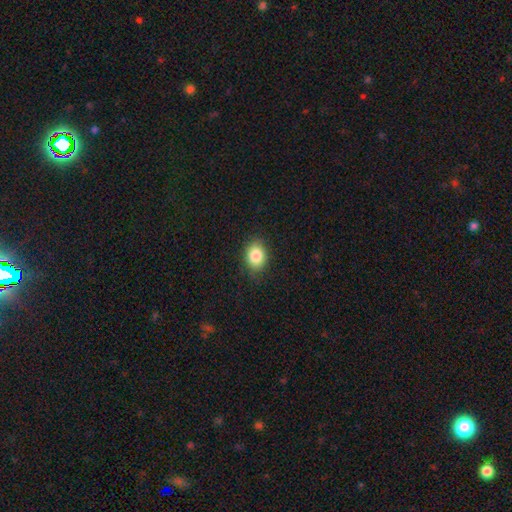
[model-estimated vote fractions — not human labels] smooth_or_featured: smooth (p=0.85) [alt: star or artifact p=0.09]
how_rounded: in between (p=0.65) [alt: round p=0.34]
merging: none (p=0.84) [alt: minor disturbance p=0.13]